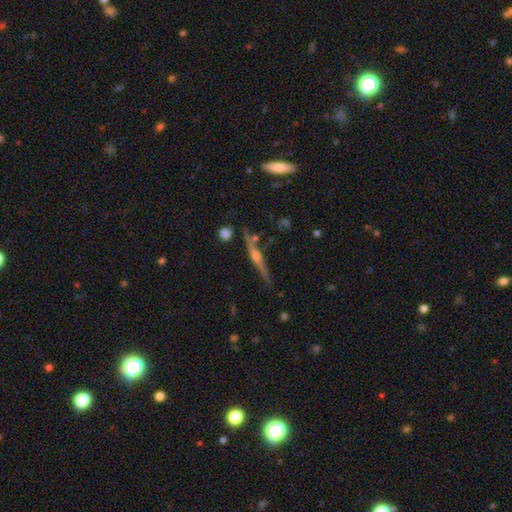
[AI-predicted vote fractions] A featured or disk galaxy (78%) viewed edge-on (97%) with a rounded central bulge (88%).

Vote fractions:
- Smooth or featured? featured or disk: 78% / smooth: 14% / star or artifact: 8%
- Edge-on disk? yes: 97% / no: 3%
- Edge-on bulge? rounded: 88% / none: 7% / boxy: 5%
- Merging? none: 82% / minor disturbance: 12% / merger: 4% / major disturbance: 3%